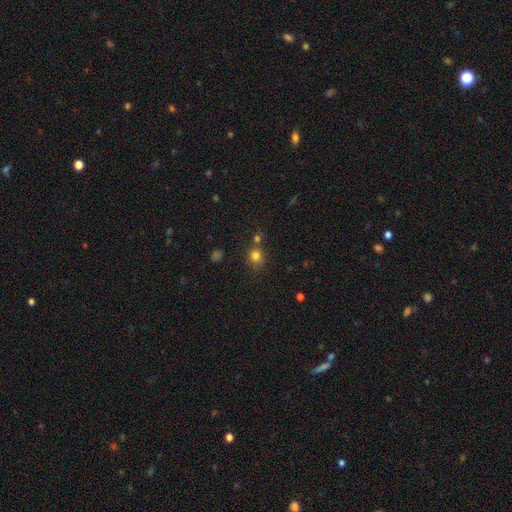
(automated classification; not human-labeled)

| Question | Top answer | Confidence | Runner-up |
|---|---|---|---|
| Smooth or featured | smooth | 80% | star or artifact (14%) |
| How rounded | round | 77% | in between (22%) |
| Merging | none | 62% | merger (19%) |